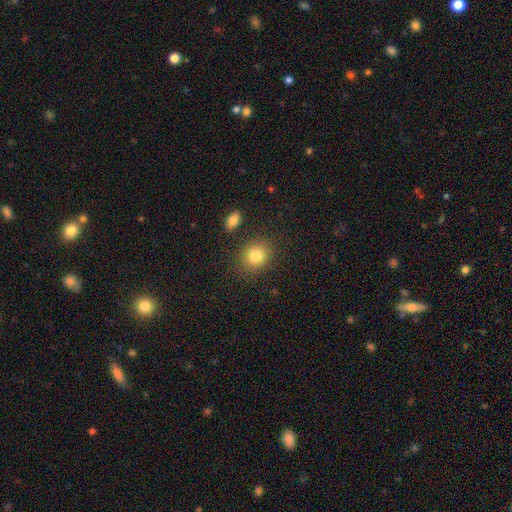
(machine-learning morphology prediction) smooth-or-featured: smooth: 83% | star or artifact: 10% | featured or disk: 7%
  how-rounded: round: 66% | in between: 32% | cigar-shaped: 1%
  merging: none: 83% | minor disturbance: 10% | merger: 4% | major disturbance: 4%